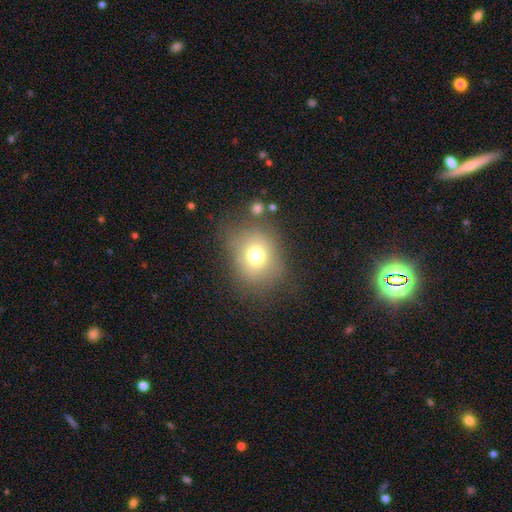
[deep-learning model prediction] A smooth galaxy with no disk features (70%) that is round (62%). Merging: none (70%).